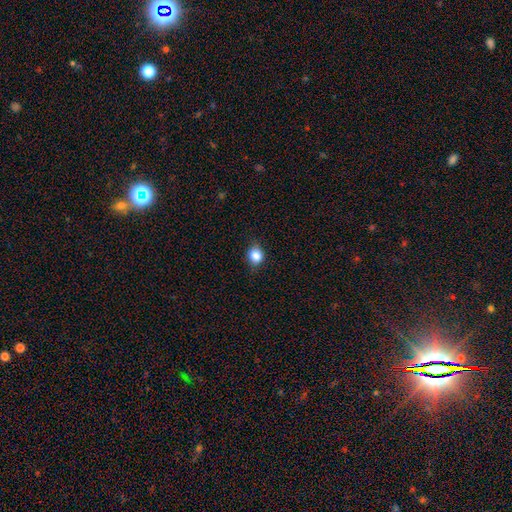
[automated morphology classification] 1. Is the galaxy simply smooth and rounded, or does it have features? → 84% smooth, 10% star or artifact, 6% featured or disk.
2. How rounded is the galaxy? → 68% round, 31% in between, 1% cigar-shaped.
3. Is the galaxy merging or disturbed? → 83% none, 13% minor disturbance, 3% major disturbance, 1% merger.